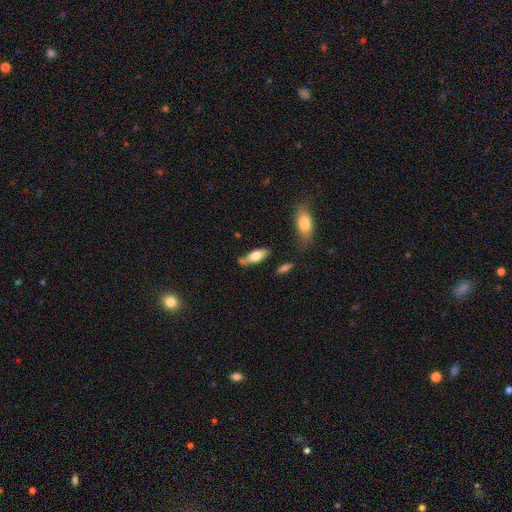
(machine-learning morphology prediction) This is likely a smooth galaxy (69%). How rounded: likely in between (71%). Merging: possibly none (59%).